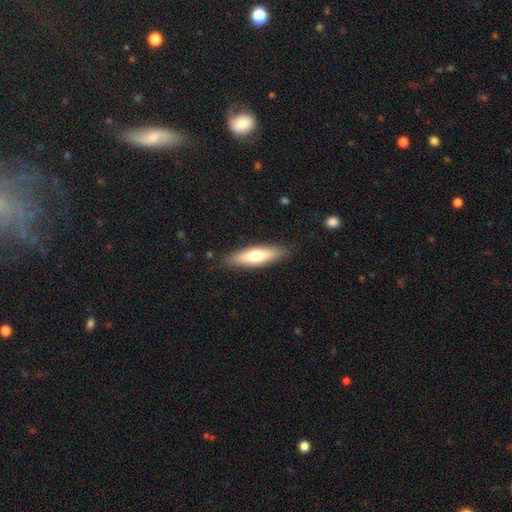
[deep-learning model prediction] Q: Smooth or featured?
A: smooth (62%); runner-up: featured or disk (33%)
Q: How rounded?
A: cigar-shaped (63%); runner-up: in between (36%)
Q: Merging?
A: none (86%); runner-up: minor disturbance (10%)